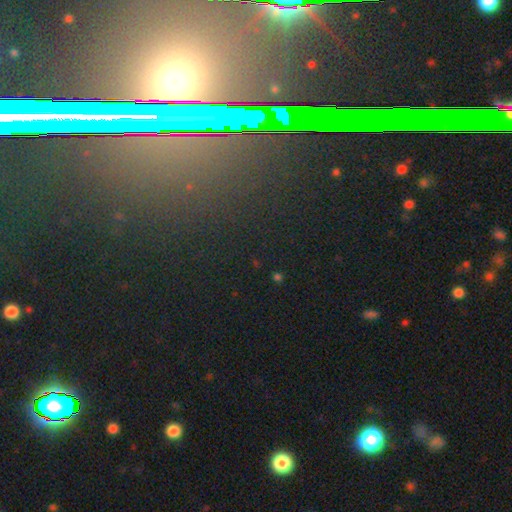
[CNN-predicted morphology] A star or artifact, not a galaxy (81%).